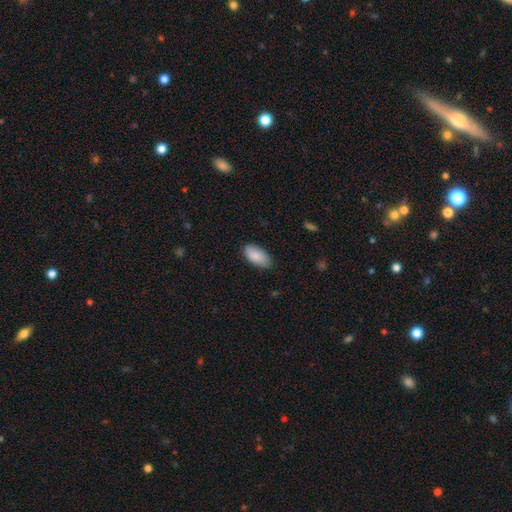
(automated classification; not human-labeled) Smooth or featured? smooth (87%)
How rounded? in between (94%)
Merging? none (81%)